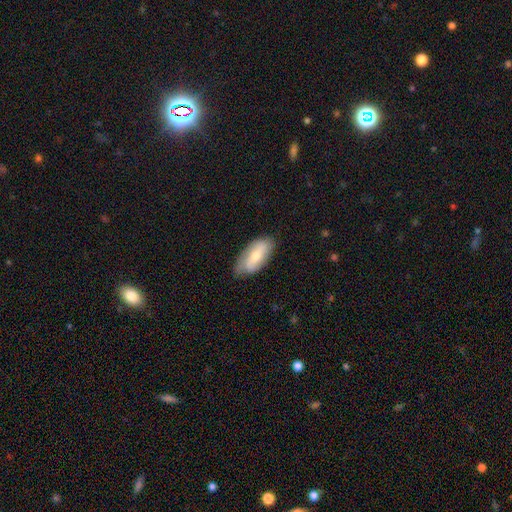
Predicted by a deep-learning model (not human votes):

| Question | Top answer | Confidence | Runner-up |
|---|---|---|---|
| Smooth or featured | smooth | 56% | featured or disk (38%) |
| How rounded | in between | 89% | cigar-shaped (8%) |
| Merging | none | 72% | minor disturbance (22%) |